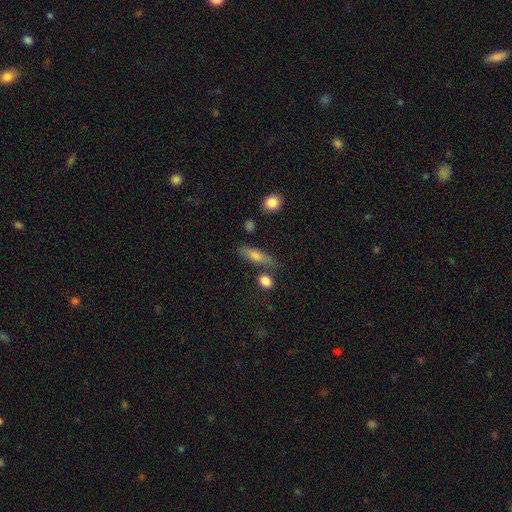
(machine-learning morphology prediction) smooth_or_featured: smooth (p=0.62) [alt: featured or disk p=0.29]
how_rounded: cigar-shaped (p=0.56) [alt: in between p=0.38]
merging: none (p=0.70) [alt: minor disturbance p=0.15]